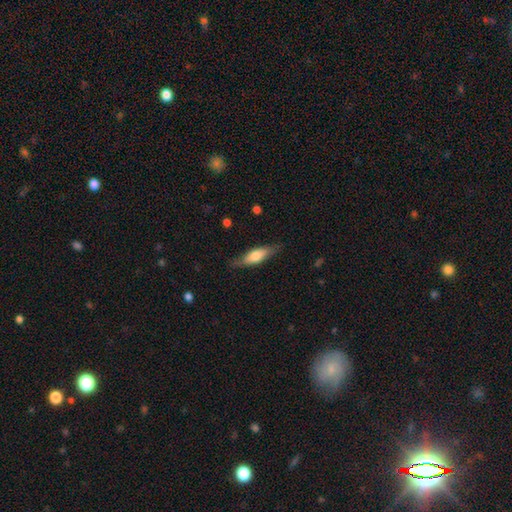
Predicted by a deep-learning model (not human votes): smooth-or-featured: smooth: 59% | featured or disk: 35% | star or artifact: 6%
  how-rounded: cigar-shaped: 50% | in between: 48% | round: 2%
  merging: none: 78% | minor disturbance: 17% | major disturbance: 4% | merger: 1%